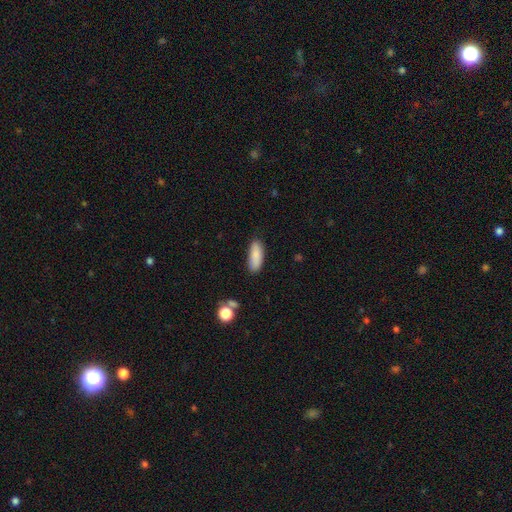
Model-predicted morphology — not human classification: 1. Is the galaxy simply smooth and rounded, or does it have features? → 86% smooth, 7% star or artifact, 7% featured or disk.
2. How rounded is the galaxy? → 71% in between, 27% cigar-shaped, 2% round.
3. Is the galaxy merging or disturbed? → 81% none, 14% minor disturbance, 3% major disturbance, 2% merger.